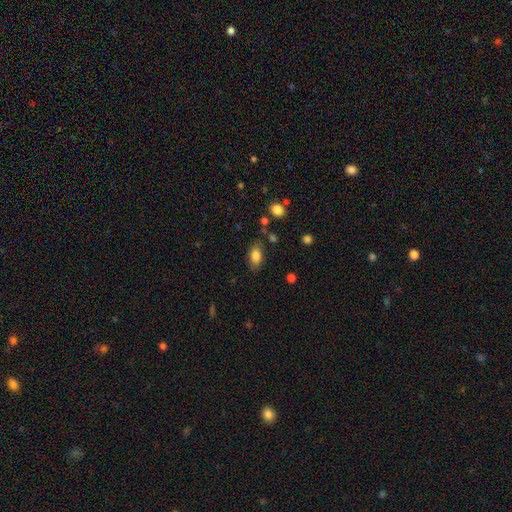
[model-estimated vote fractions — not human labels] A smooth galaxy with no disk features (83%) that is in between round and cigar-shaped (89%). Merging: none (80%).